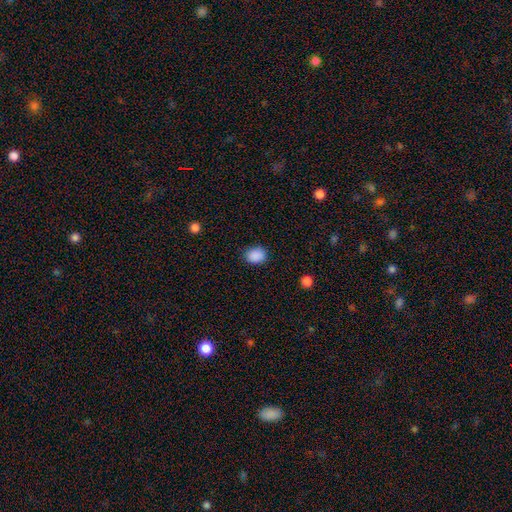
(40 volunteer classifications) Smooth or featured: smooth — 92% (star or artifact — 8%)
How rounded: in between — 51% (round — 49%)
Merging: none — 86% (minor disturbance — 11%)